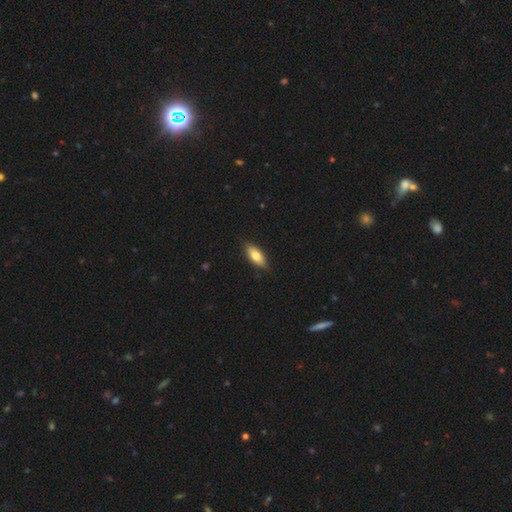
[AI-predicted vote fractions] A smooth galaxy with no disk features (75%) that is in between round and cigar-shaped (76%).

Vote fractions:
- Smooth or featured? smooth: 75% / featured or disk: 19% / star or artifact: 6%
- How rounded? in between: 76% / cigar-shaped: 22% / round: 3%
- Merging? none: 85% / minor disturbance: 12% / major disturbance: 2% / merger: 1%